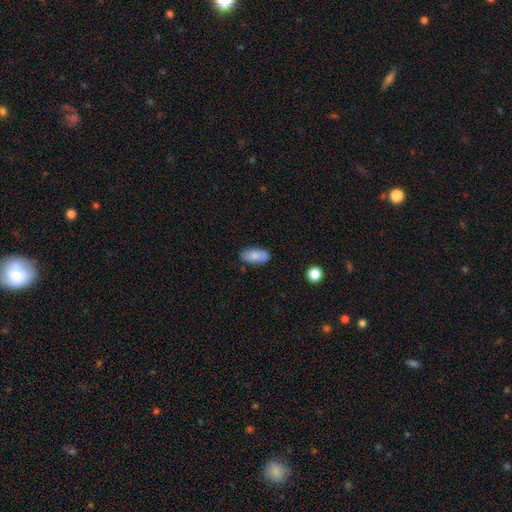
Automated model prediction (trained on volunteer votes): smooth 80%, featured or disk 13%, star or artifact 7%. Down the decision tree: how rounded — in between (90%); merging — none (83%).